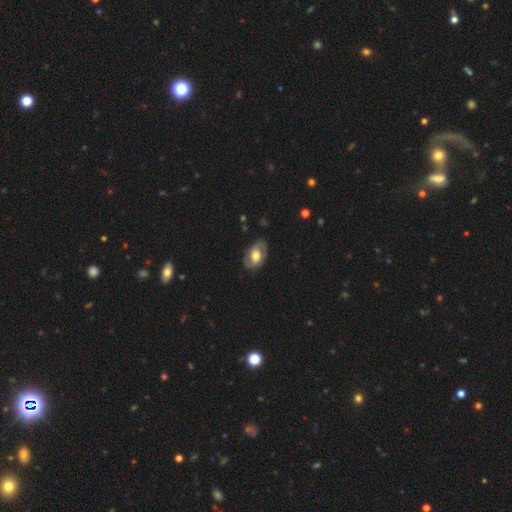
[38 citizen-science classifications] featured or disk 71%, smooth 21%, star or artifact 8%. Down the decision tree: edge-on disk — no (93%); bar — no (52%); spiral arms — yes (72%); spiral arm count — 2 (89%); spiral winding — medium (44%); bulge size — moderate (48%); merging — none (69%).